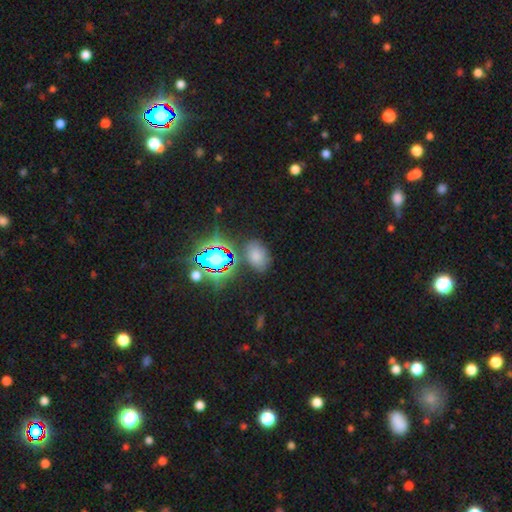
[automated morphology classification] Smooth or featured? Predicted: smooth (p=0.62). How rounded? Predicted: in between (p=0.83). Merging? Predicted: none (p=0.74).